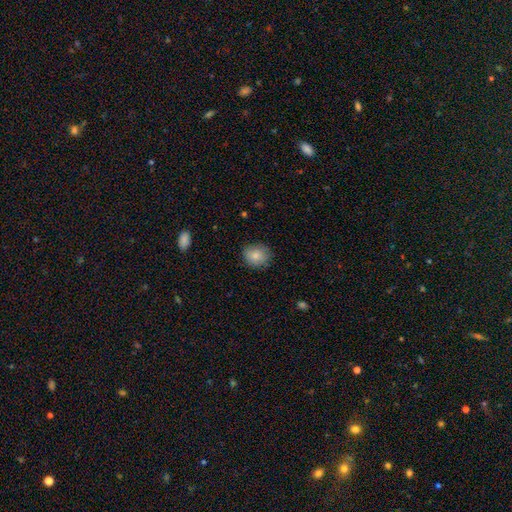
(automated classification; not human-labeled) A smooth galaxy with no disk features (84%) that is round (69%). Merging: none (81%).